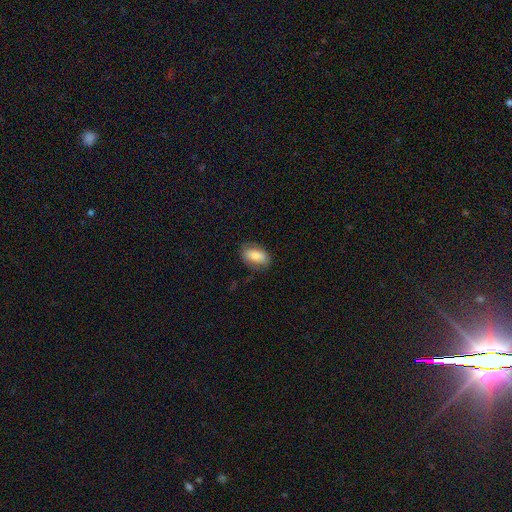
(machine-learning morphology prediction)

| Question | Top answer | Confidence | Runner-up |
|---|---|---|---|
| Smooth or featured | smooth | 81% | featured or disk (13%) |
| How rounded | in between | 91% | round (6%) |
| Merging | none | 75% | minor disturbance (18%) |